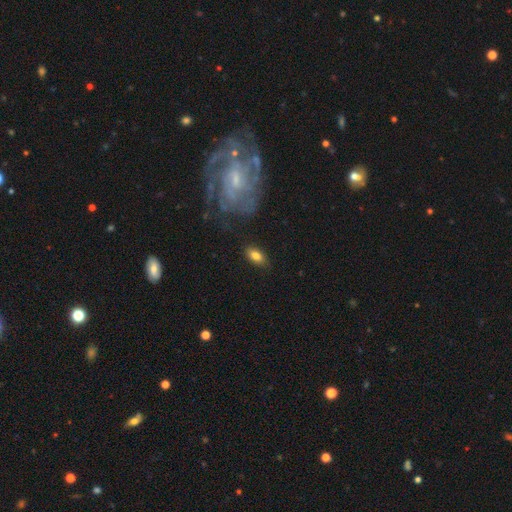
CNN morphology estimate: This is likely a smooth galaxy (79%). How rounded: clearly in between (90%). Merging: clearly none (84%).